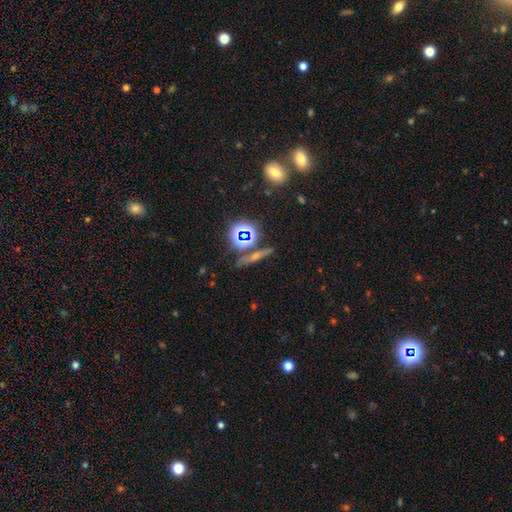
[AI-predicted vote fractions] The model was most divided on "smooth or featured": star or artifact: 40%, featured or disk: 36%, smooth: 24%.